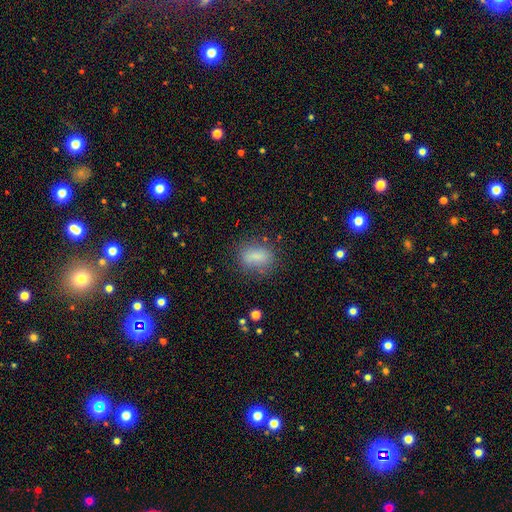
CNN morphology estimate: The model was most divided on "how rounded": in between: 75%, round: 21%, cigar-shaped: 4%. More confident: smooth or featured — smooth (81%); merging — none (76%).